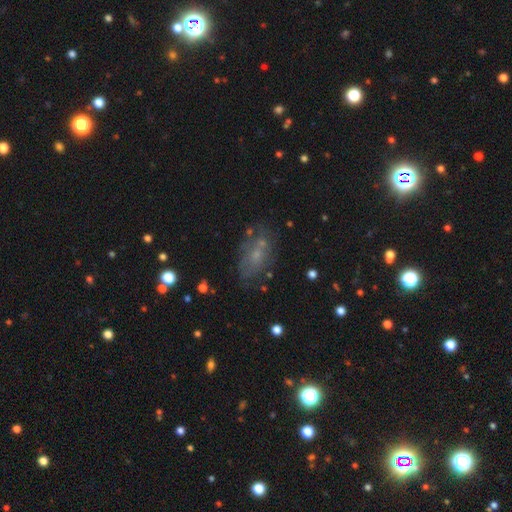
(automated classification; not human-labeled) This appears to be a smooth galaxy with no disk features (46%). Merging: none (58%).